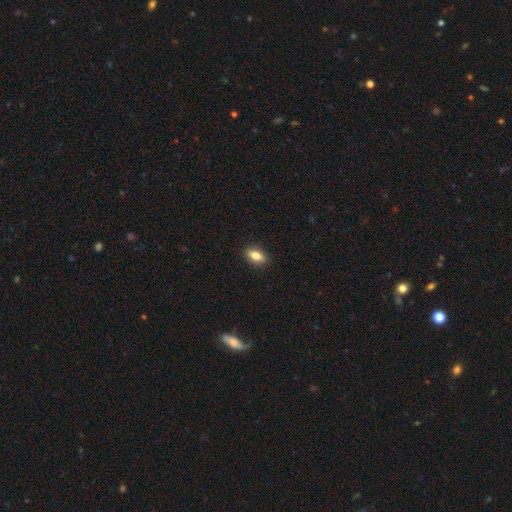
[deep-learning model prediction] smooth-or-featured: smooth: 80% | featured or disk: 12% | star or artifact: 8%
  how-rounded: in between: 84% | cigar-shaped: 9% | round: 7%
  merging: none: 89% | minor disturbance: 8% | major disturbance: 2% | merger: 1%